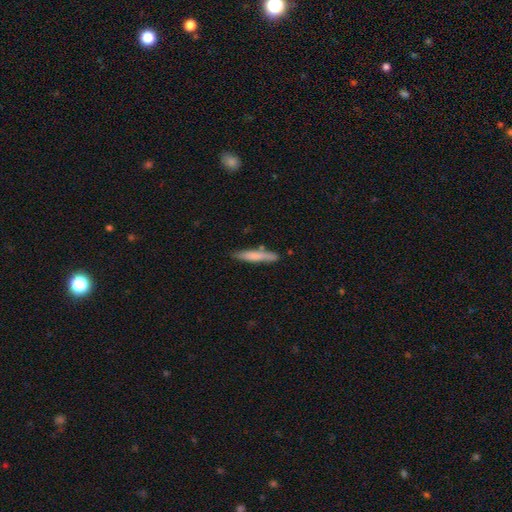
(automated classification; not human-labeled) This appears to be a smooth galaxy with no disk features (73%) that is cigar-shaped (92%). Merging: none (78%).